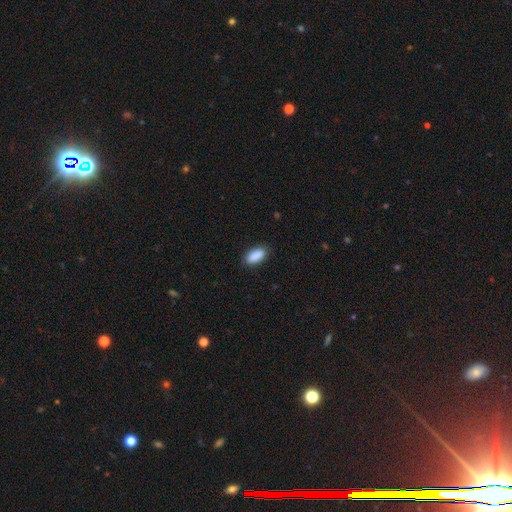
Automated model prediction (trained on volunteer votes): Smooth or featured?
  - smooth: 90% *
  - star or artifact: 7%
  - featured or disk: 3%
How rounded?
  - in between: 87% *
  - cigar-shaped: 10%
  - round: 3%
Merging?
  - none: 86% *
  - minor disturbance: 11%
  - major disturbance: 2%
  - merger: 1%